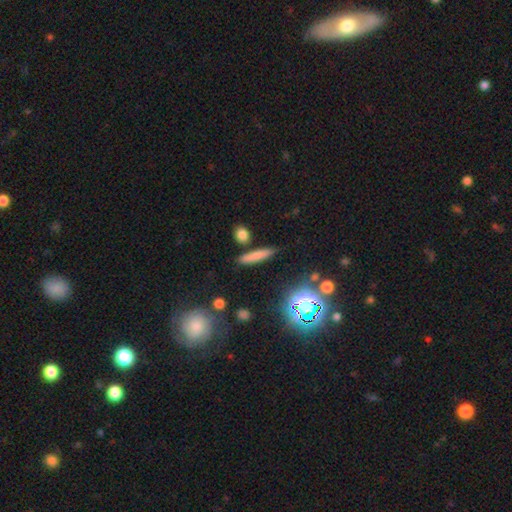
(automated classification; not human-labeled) Overall: smooth (74%). How rounded: cigar-shaped (84%). Merging: none (83%).